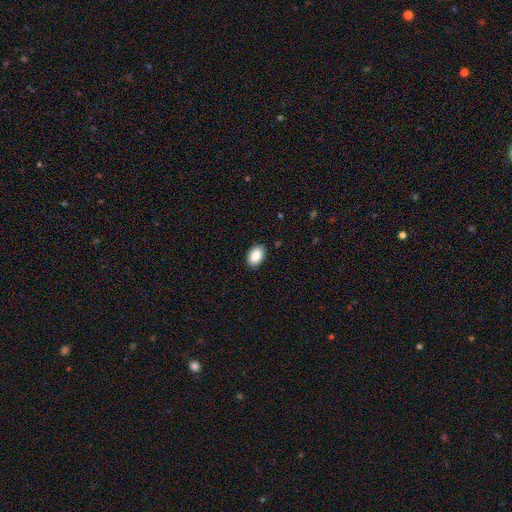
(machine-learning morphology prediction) This is clearly a smooth galaxy (89%). How rounded: clearly in between (86%). Merging: clearly none (86%).